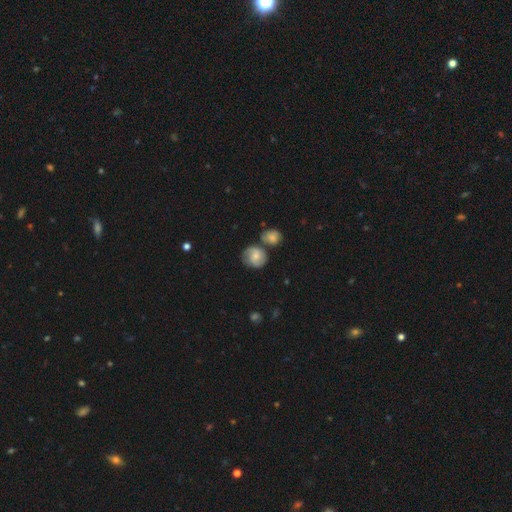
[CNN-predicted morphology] Smooth or featured?
  - smooth: 47% *
  - featured or disk: 45%
  - star or artifact: 8%
Merging?
  - none: 55% *
  - merger: 22%
  - minor disturbance: 17%
  - major disturbance: 6%